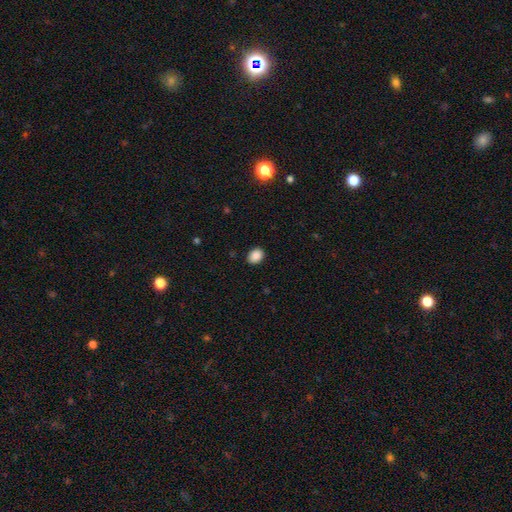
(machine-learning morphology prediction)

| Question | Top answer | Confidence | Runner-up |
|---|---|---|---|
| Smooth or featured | smooth | 88% | star or artifact (9%) |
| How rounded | in between | 51% | round (48%) |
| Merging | none | 90% | minor disturbance (7%) |